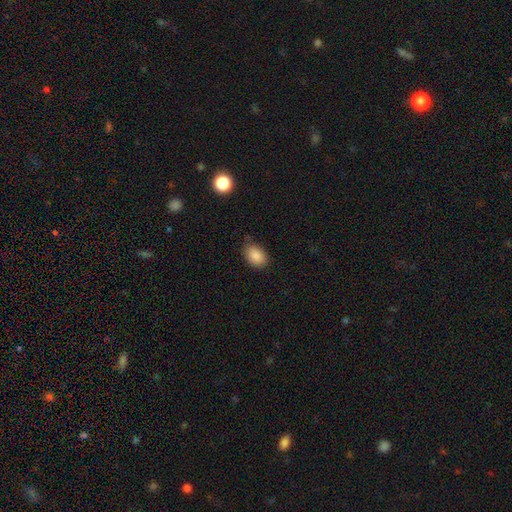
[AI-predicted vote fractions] Morphology: type=smooth (88%); roundness=in between (83%); merging=none (76%).